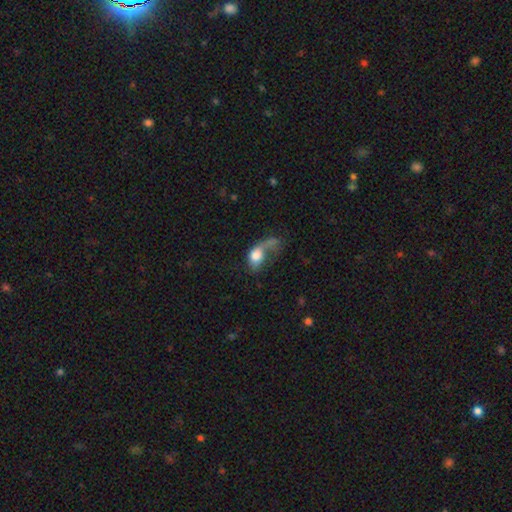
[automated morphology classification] Smooth or featured? Predicted: smooth (p=0.64). How rounded? Predicted: in between (p=0.71). Merging? Predicted: major disturbance (p=0.52).